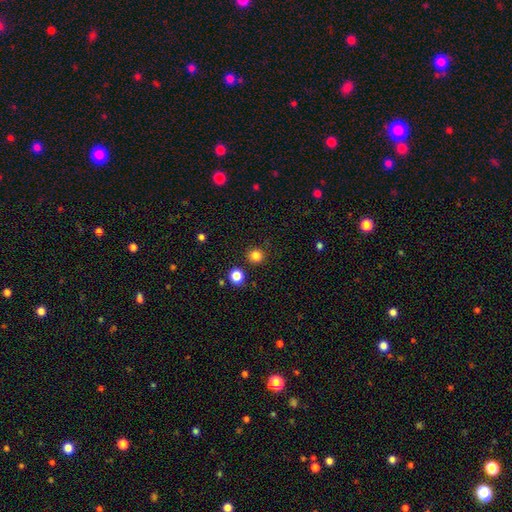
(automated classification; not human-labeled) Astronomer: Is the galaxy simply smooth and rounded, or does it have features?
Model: smooth — 83%.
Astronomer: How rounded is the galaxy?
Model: round — 92%.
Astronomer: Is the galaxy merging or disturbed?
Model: none — 89%.